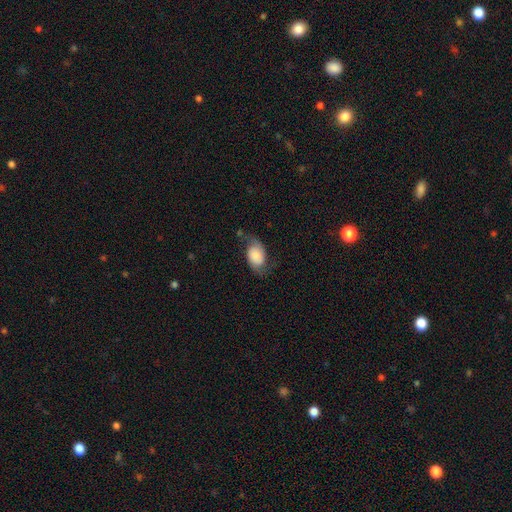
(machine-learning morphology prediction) smooth_or_featured: smooth (p=0.52) [alt: featured or disk p=0.39]
how_rounded: in between (p=0.82) [alt: round p=0.17]
merging: none (p=0.55) [alt: minor disturbance p=0.27]